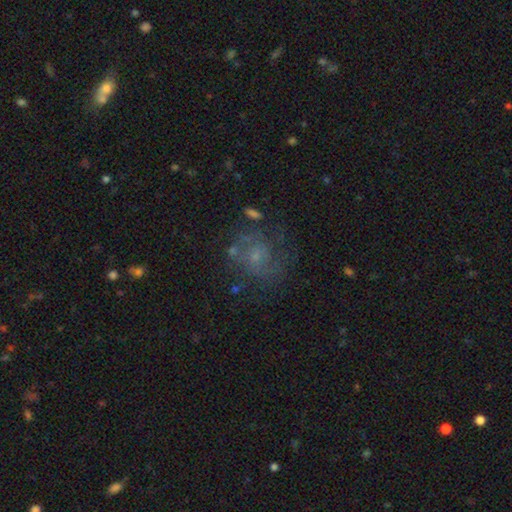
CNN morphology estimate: Smooth or featured? Predicted: featured or disk (p=0.49). Merging? Predicted: none (p=0.58).